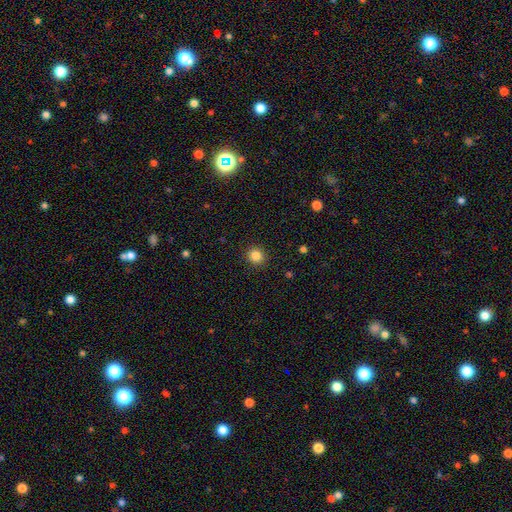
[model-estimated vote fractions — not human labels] Q: Smooth or featured?
A: smooth (85%); runner-up: star or artifact (11%)
Q: How rounded?
A: round (89%); runner-up: in between (10%)
Q: Merging?
A: none (91%); runner-up: minor disturbance (6%)